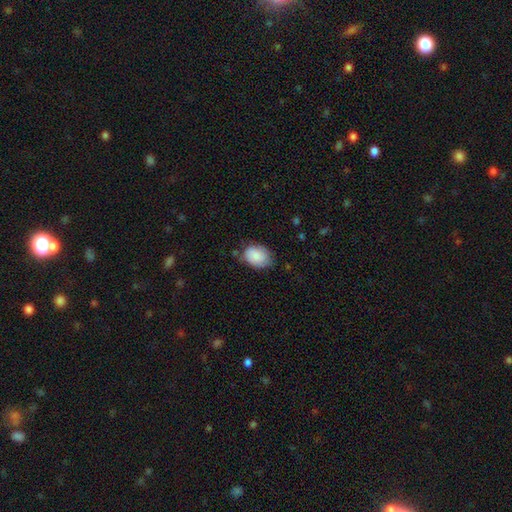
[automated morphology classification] smooth 85%, featured or disk 8%, star or artifact 7%. Down the decision tree: how rounded — in between (72%); merging — none (61%).